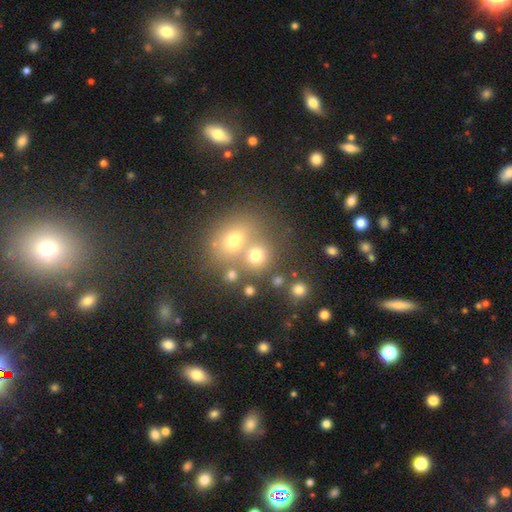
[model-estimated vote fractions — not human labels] Smooth or featured?
  - smooth: 70% *
  - star or artifact: 17%
  - featured or disk: 12%
How rounded?
  - round: 74% *
  - in between: 25%
  - cigar-shaped: 1%
Merging?
  - none: 48% *
  - merger: 40%
  - minor disturbance: 8%
  - major disturbance: 4%